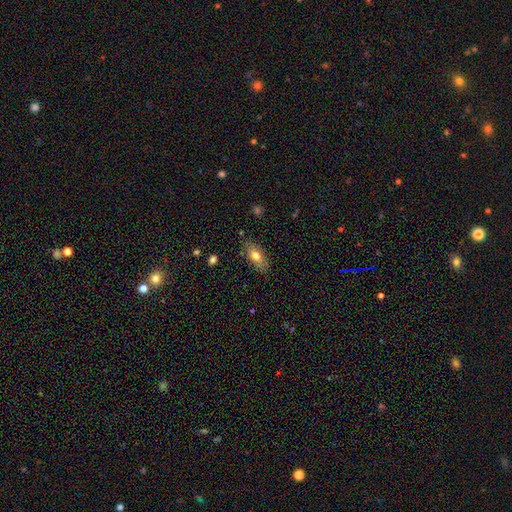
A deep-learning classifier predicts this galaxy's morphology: Overall: smooth (73%). How rounded: in between (84%). Merging: none (83%).